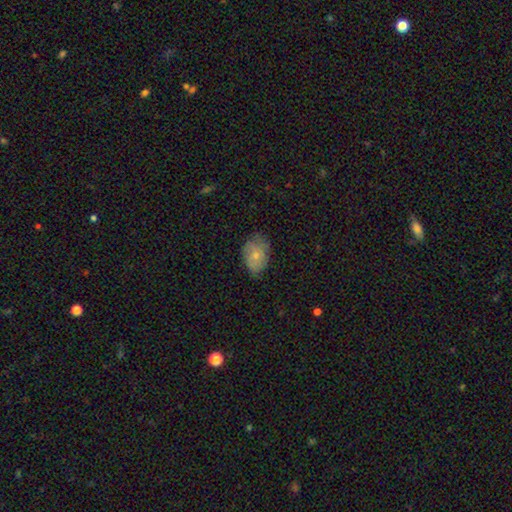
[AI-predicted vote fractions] Smooth or featured?
  - smooth: 74% *
  - featured or disk: 19%
  - star or artifact: 7%
How rounded?
  - in between: 83% *
  - round: 16%
  - cigar-shaped: 1%
Merging?
  - none: 66% *
  - minor disturbance: 27%
  - major disturbance: 6%
  - merger: 1%